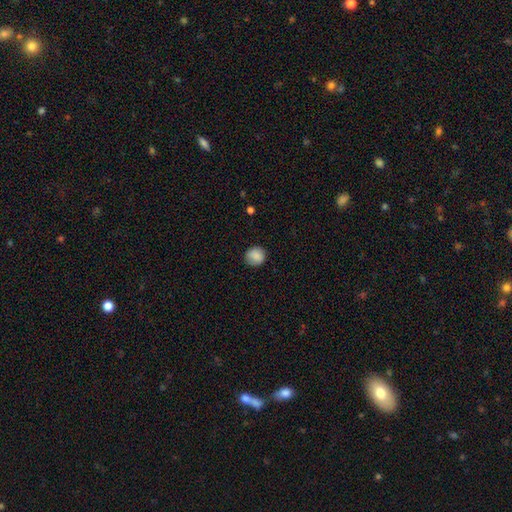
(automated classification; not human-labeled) A smooth galaxy with no disk features (87%) that is round (87%).

Vote fractions:
- Smooth or featured? smooth: 87% / star or artifact: 8% / featured or disk: 5%
- How rounded? round: 87% / in between: 12% / cigar-shaped: 1%
- Merging? none: 86% / minor disturbance: 10% / major disturbance: 3% / merger: 1%